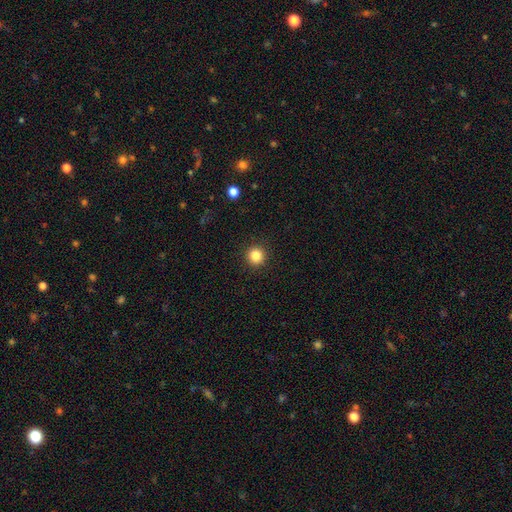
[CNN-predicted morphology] type=smooth (84%); roundness=round (95%); merging=none (93%).